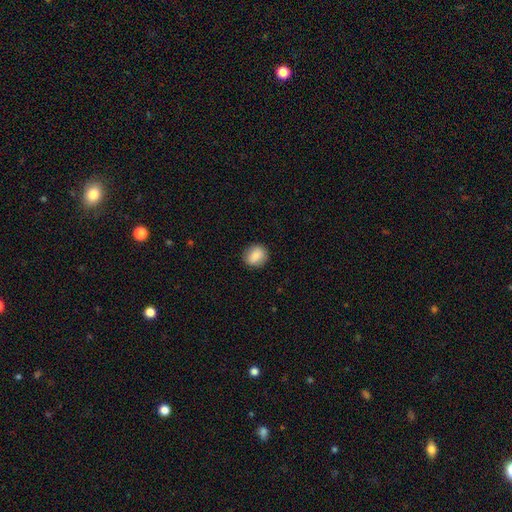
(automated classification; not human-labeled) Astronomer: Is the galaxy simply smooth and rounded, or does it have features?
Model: smooth — 86%.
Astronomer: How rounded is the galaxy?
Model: round — 62%.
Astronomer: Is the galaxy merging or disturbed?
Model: none — 86%.